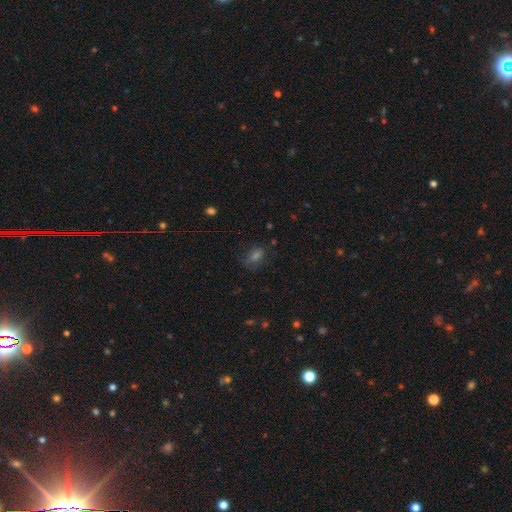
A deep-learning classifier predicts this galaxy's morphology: Overall: smooth (60%; star or artifact 27%). How rounded: in between (70%). Merging: none (71%).